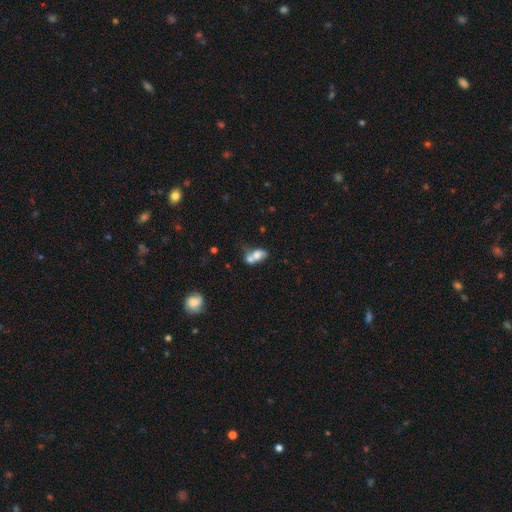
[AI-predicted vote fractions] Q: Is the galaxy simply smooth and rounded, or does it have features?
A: smooth — 67%.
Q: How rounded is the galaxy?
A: in between — 73%.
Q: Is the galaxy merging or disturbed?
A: merger — 66%.